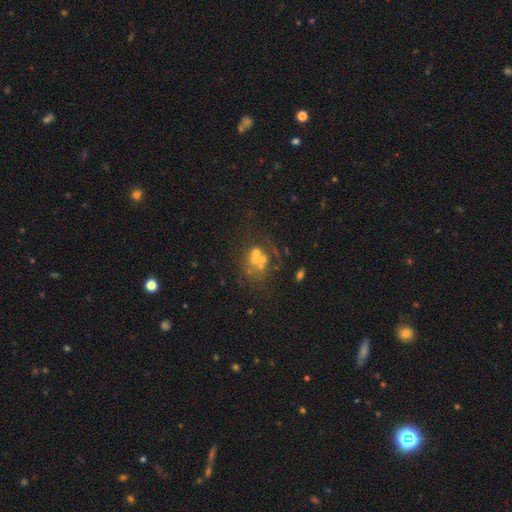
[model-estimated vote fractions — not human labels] Morphology: type=featured or disk (37%); merging=none (40%).